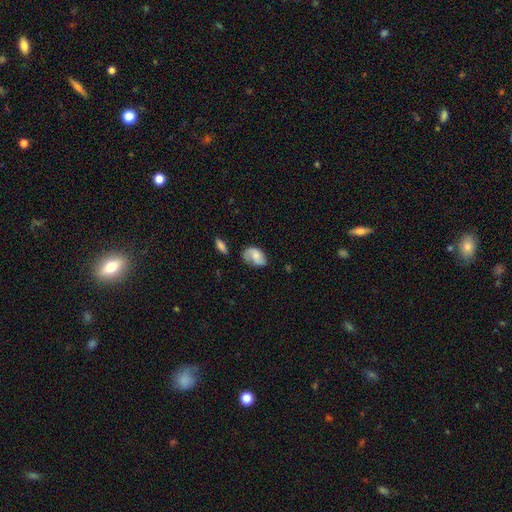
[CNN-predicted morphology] smooth_or_featured: smooth (p=0.57) [alt: featured or disk p=0.36]
how_rounded: in between (p=0.86) [alt: round p=0.12]
merging: none (p=0.49) [alt: minor disturbance p=0.33]